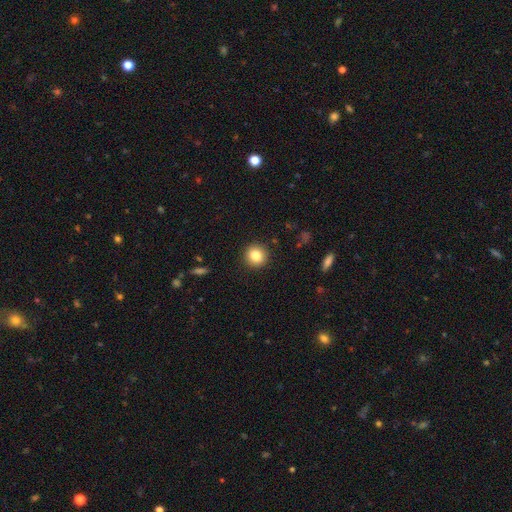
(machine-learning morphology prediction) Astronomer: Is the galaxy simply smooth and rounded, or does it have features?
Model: smooth — 84%.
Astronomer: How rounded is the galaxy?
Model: round — 92%.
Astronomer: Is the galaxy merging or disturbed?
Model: none — 91%.